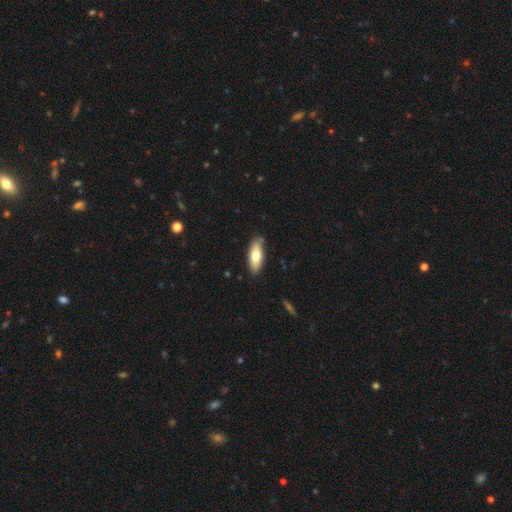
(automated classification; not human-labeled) Smooth or featured: smooth — 73% (featured or disk — 22%)
How rounded: in between — 72% (cigar-shaped — 26%)
Merging: none — 85% (minor disturbance — 11%)